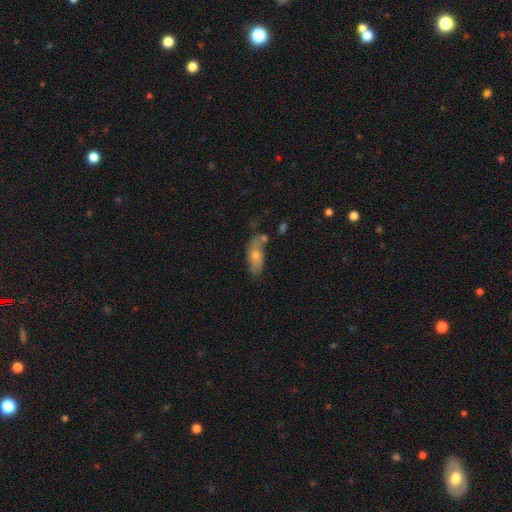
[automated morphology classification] Smooth or featured? Predicted: smooth (p=0.63). How rounded? Predicted: in between (p=0.83). Merging? Predicted: none (p=0.46).